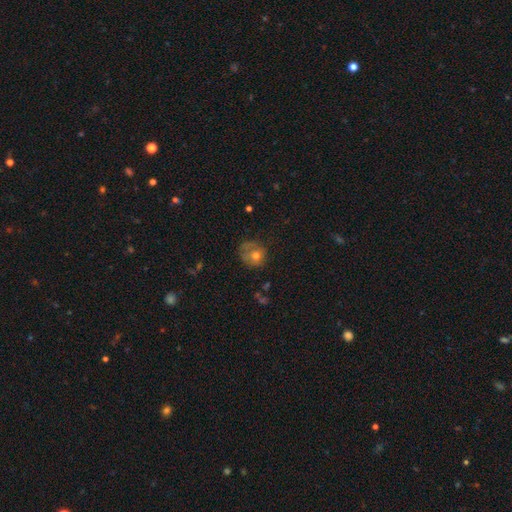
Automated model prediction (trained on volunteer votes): Smooth or featured?
  - smooth: 65% *
  - featured or disk: 24%
  - star or artifact: 12%
How rounded?
  - round: 75% *
  - in between: 24%
  - cigar-shaped: 1%
Merging?
  - none: 47% *
  - minor disturbance: 28%
  - major disturbance: 21%
  - merger: 3%